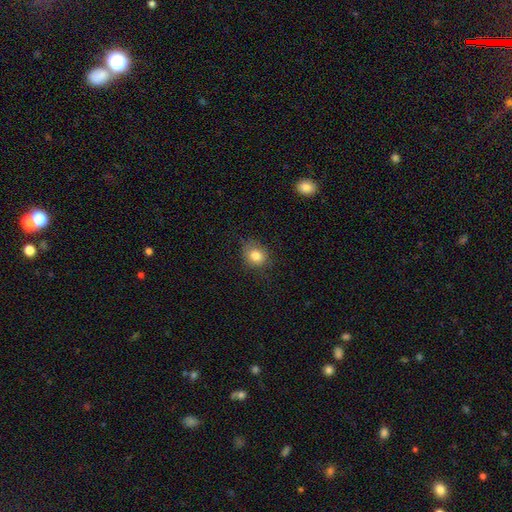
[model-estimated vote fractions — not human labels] smooth_or_featured: smooth (p=0.82) [alt: star or artifact p=0.11]
how_rounded: round (p=0.73) [alt: in between p=0.26]
merging: none (p=0.76) [alt: minor disturbance p=0.18]